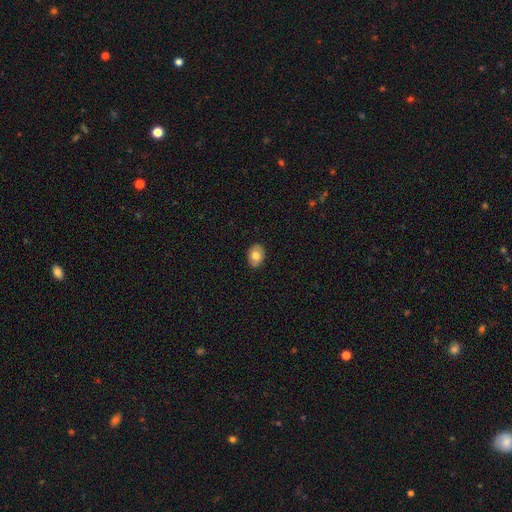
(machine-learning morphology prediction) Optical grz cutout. It shows a smooth galaxy with no disk features (74%) that is in between round and cigar-shaped (70%). Merging: none (89%).